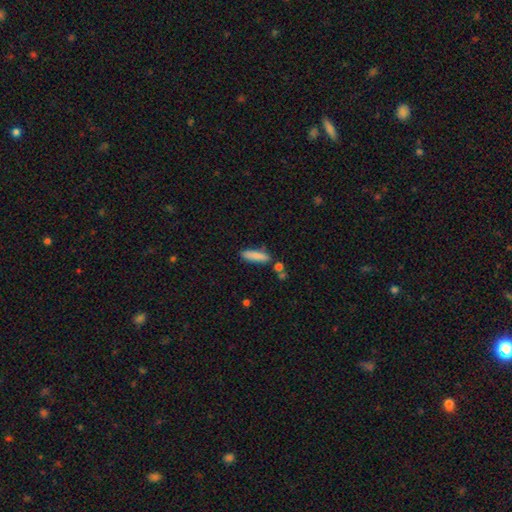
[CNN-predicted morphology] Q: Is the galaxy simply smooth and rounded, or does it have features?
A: smooth — 85%.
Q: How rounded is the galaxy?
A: cigar-shaped — 73%.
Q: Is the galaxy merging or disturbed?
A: none — 77%.